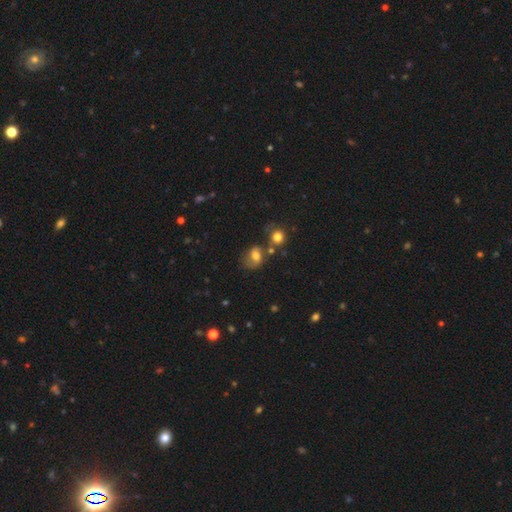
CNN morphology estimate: type=smooth (66%); roundness=in between (55%); merging=none (45%).